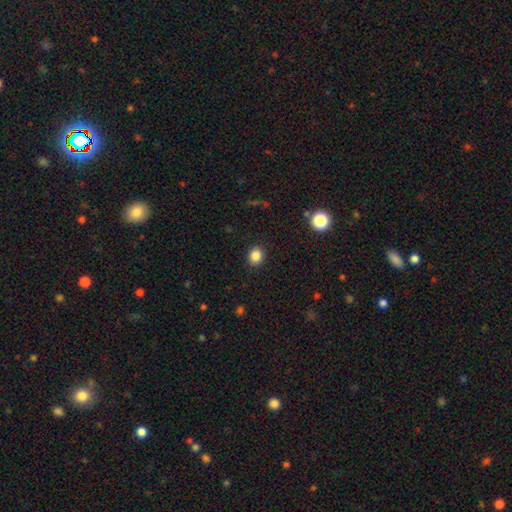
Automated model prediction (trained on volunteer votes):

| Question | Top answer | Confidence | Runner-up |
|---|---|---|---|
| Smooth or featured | smooth | 85% | star or artifact (11%) |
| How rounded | round | 63% | in between (36%) |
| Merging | none | 90% | minor disturbance (7%) |